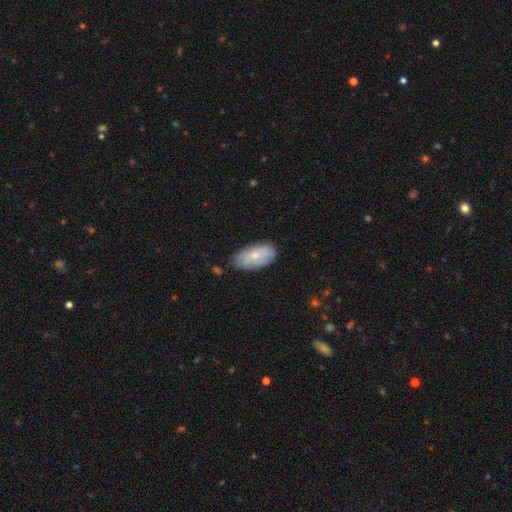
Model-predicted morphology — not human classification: Smooth or featured? Predicted: smooth (p=0.55). How rounded? Predicted: in between (p=0.92). Merging? Predicted: none (p=0.72).